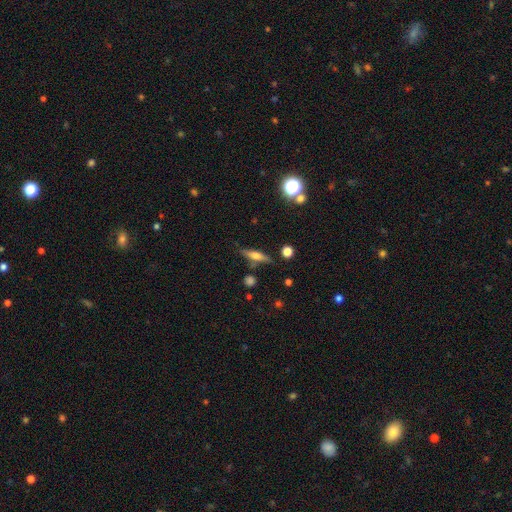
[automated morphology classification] A smooth galaxy with no disk features (47%). Merging: none (78%).